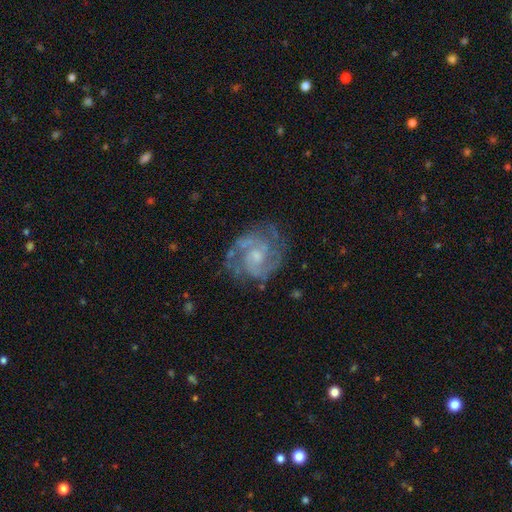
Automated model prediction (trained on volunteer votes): A featured or disk galaxy (86%) with no bar (56%), 2 (62%) medium (45%, tied with tight) spiral arms (95%) and a small central bulge (49%).

Vote fractions:
- Smooth or featured? featured or disk: 86% / smooth: 8% / star or artifact: 6%
- Edge-on disk? no: 98% / yes: 2%
- Bar? no: 56% / weak: 38% / strong: 6%
- Spiral arms? yes: 95% / no: 5%
- Spiral winding? medium: 45% (tied) / tight: 45% (tied) / loose: 10%
- Spiral arm count? 2: 62% / 3: 15% / can't tell: 13% / 4: 3% / 1: 3% / more than 4: 3%
- Bulge size? small: 49% / moderate: 37% / none: 10% / large: 3% / dominant: 1%
- Merging? none: 71% / minor disturbance: 18% / major disturbance: 9% / merger: 2%